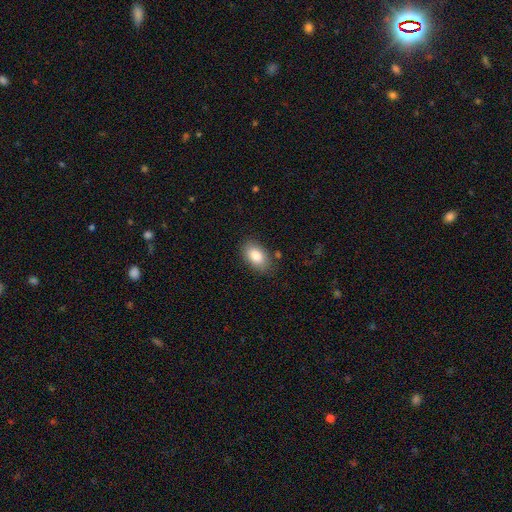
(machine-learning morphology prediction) A smooth galaxy with no disk features (85%) that is in between round and cigar-shaped (91%). Merging: none (83%).